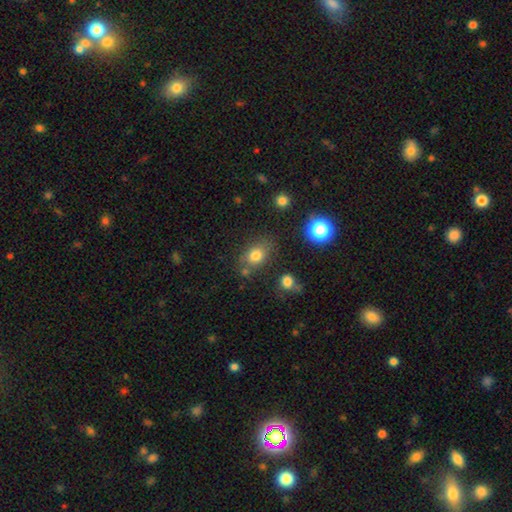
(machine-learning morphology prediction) A smooth galaxy with no disk features (78%) that is in between round and cigar-shaped (67%). Merging: none (70%).